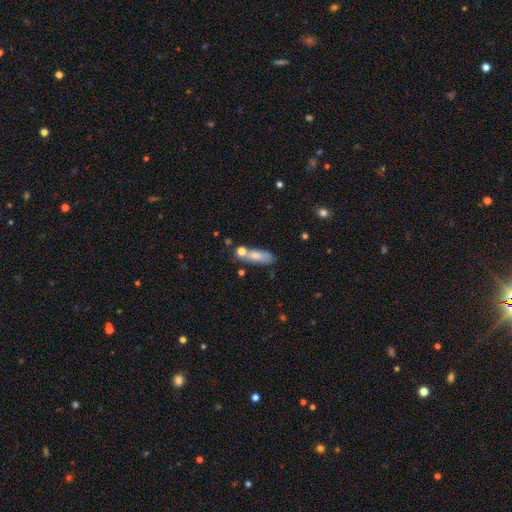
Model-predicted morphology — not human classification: This appears to be a smooth galaxy with no disk features (74%) that is in between round and cigar-shaped (54%). Merging: none (51%).